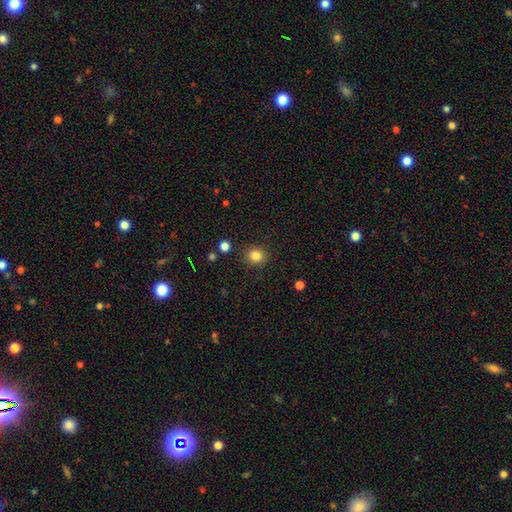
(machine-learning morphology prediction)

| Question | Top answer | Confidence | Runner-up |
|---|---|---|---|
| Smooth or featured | smooth | 84% | star or artifact (11%) |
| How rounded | round | 86% | in between (13%) |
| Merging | none | 89% | minor disturbance (6%) |